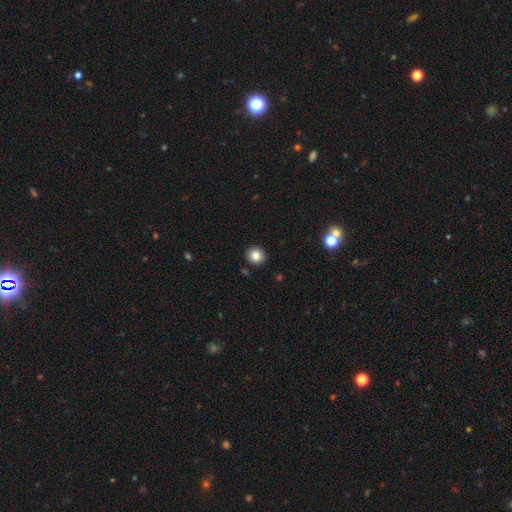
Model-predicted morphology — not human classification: Smooth or featured?
  - smooth: 82% *
  - star or artifact: 11%
  - featured or disk: 7%
How rounded?
  - round: 88% *
  - in between: 11%
  - cigar-shaped: 1%
Merging?
  - none: 91% *
  - minor disturbance: 6%
  - major disturbance: 2%
  - merger: 2%